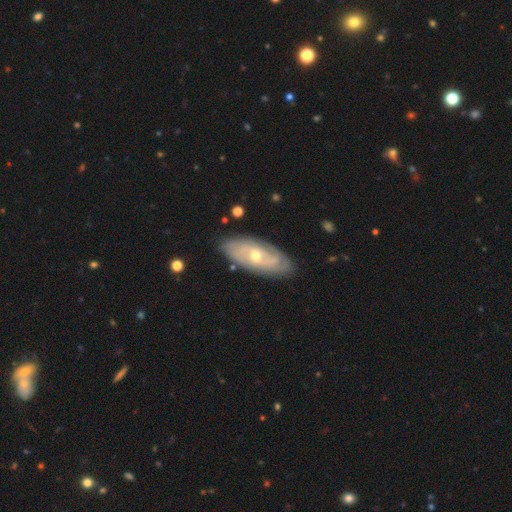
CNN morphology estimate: type=featured or disk (74%); edge-on=no (89%); bar=no (67%); spiral arms=yes (84%); winding=tight (61%); arm count=can't tell (47%); bulge=moderate (49%); merging=none (82%).